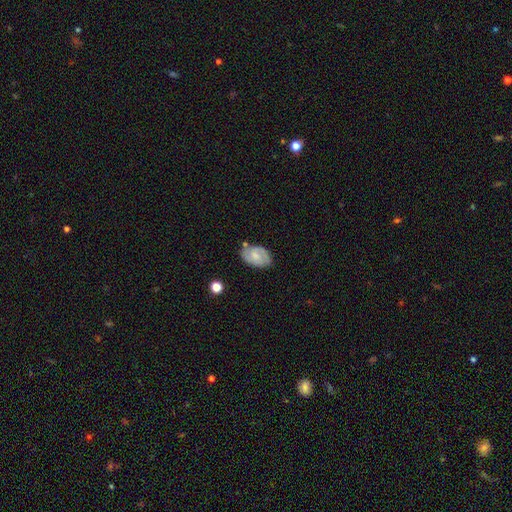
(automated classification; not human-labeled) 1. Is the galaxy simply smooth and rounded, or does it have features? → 49% smooth, 44% featured or disk, 7% star or artifact.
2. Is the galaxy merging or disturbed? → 69% none, 22% minor disturbance, 5% merger, 5% major disturbance.